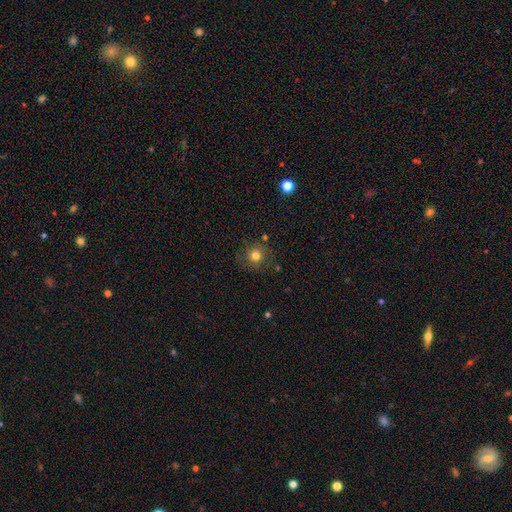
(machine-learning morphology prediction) Q: Smooth or featured?
A: smooth (76%); runner-up: star or artifact (15%)
Q: How rounded?
A: round (93%); runner-up: in between (6%)
Q: Merging?
A: none (83%); runner-up: minor disturbance (11%)